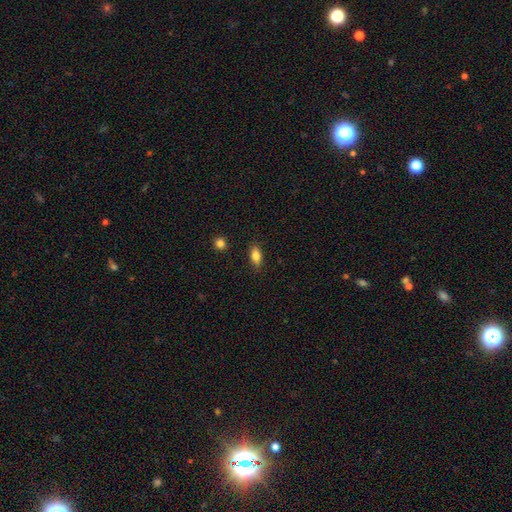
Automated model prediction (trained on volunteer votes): This is clearly a smooth galaxy (81%). How rounded: clearly in between (82%). Merging: clearly none (86%).